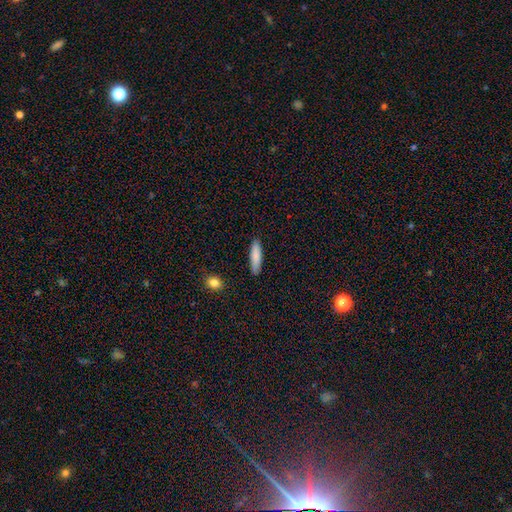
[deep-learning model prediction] Smooth or featured: smooth — 85% (featured or disk — 9%)
How rounded: cigar-shaped — 74% (in between — 25%)
Merging: none — 88% (minor disturbance — 9%)